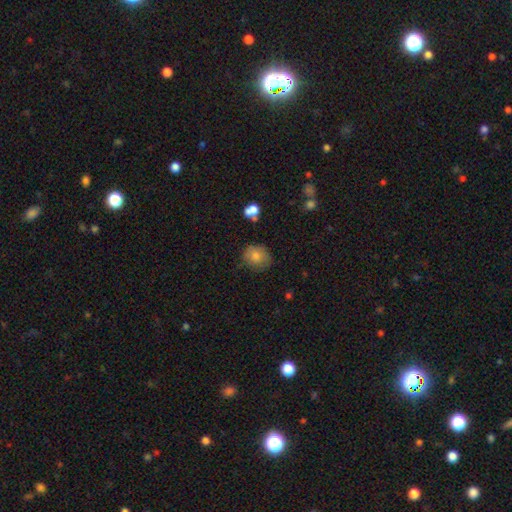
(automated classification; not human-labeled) The model was most divided on "how rounded": round: 72%, in between: 27%, cigar-shaped: 1%. More confident: smooth or featured — smooth (75%); merging — none (74%).